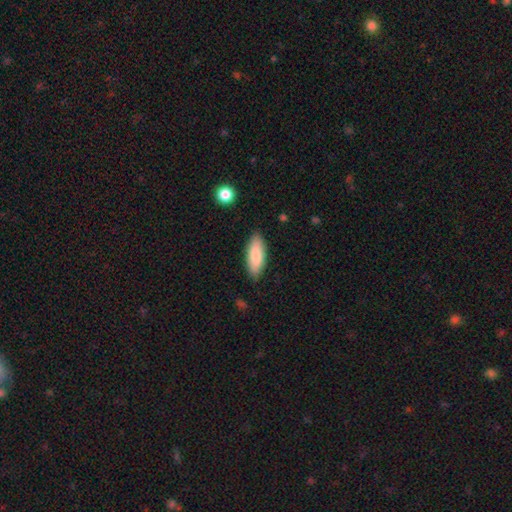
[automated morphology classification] Smooth or featured: smooth — 84% (featured or disk — 10%)
How rounded: in between — 70% (cigar-shaped — 28%)
Merging: none — 86% (minor disturbance — 10%)